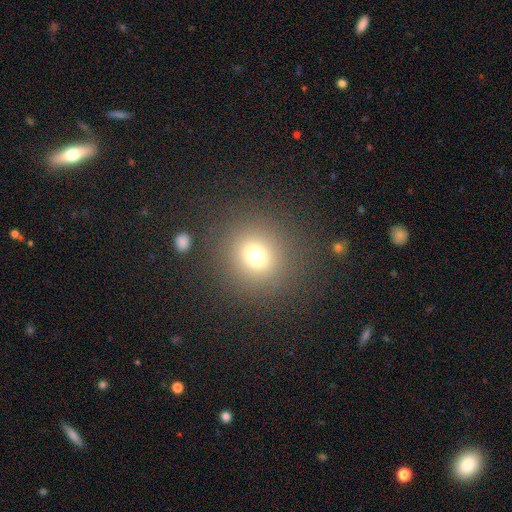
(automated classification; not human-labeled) Smooth or featured? Predicted: smooth (p=0.73). How rounded? Predicted: round (p=0.87). Merging? Predicted: none (p=0.86).